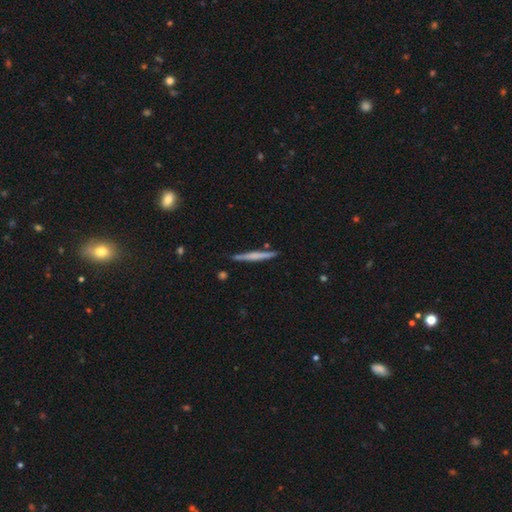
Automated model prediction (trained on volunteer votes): Q: Smooth or featured?
A: featured or disk (52%); runner-up: smooth (42%)
Q: Edge-on disk?
A: yes (97%); runner-up: no (3%)
Q: Edge-on bulge?
A: none (52%); runner-up: rounded (36%)
Q: Merging?
A: none (85%); runner-up: minor disturbance (11%)